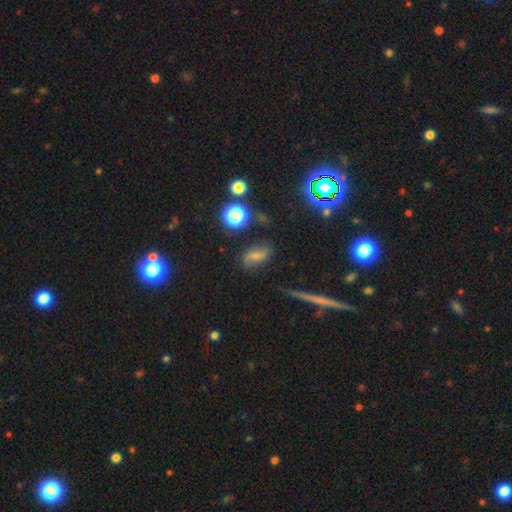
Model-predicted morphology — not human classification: smooth-or-featured: smooth: 47% | featured or disk: 36% | star or artifact: 17%
  merging: none: 67% | minor disturbance: 20% | major disturbance: 9% | merger: 4%